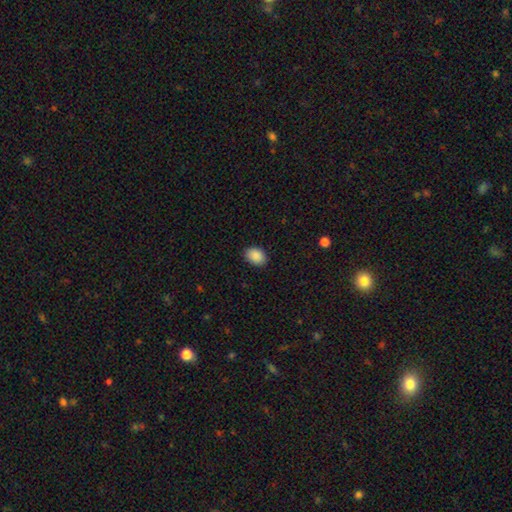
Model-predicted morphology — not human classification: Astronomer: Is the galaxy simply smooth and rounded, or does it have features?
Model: smooth — 90%.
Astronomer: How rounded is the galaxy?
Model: in between — 76%.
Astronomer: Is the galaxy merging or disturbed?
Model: none — 89%.